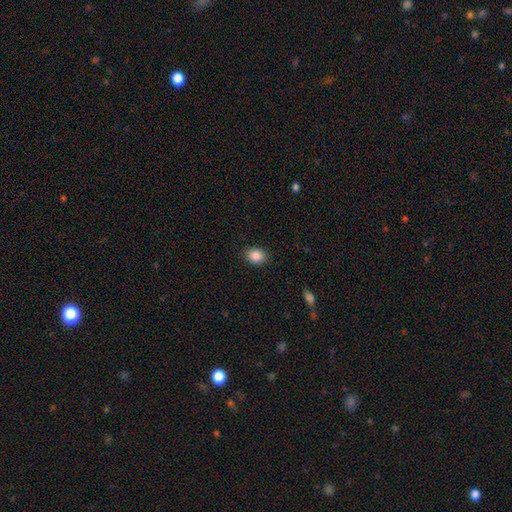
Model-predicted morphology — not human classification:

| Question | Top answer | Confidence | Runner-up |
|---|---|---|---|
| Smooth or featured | smooth | 87% | star or artifact (9%) |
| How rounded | in between | 57% | round (42%) |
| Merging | none | 88% | minor disturbance (9%) |